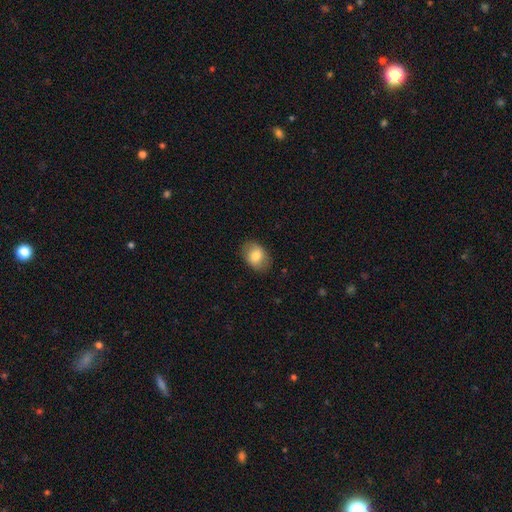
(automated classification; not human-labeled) This appears to be a smooth galaxy with no disk features (76%) that is in between round and cigar-shaped (75%). Merging: none (85%).